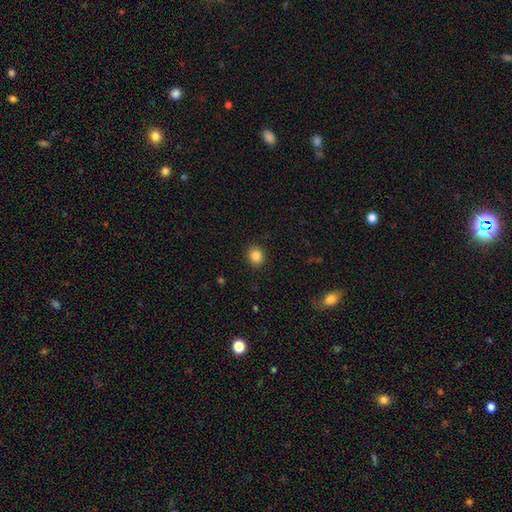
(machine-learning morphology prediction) A smooth galaxy with no disk features (85%) that is round (75%).

Vote fractions:
- Smooth or featured? smooth: 85% / star or artifact: 11% / featured or disk: 4%
- How rounded? round: 75% / in between: 24% / cigar-shaped: 1%
- Merging? none: 90% / minor disturbance: 7% / major disturbance: 2% / merger: 1%